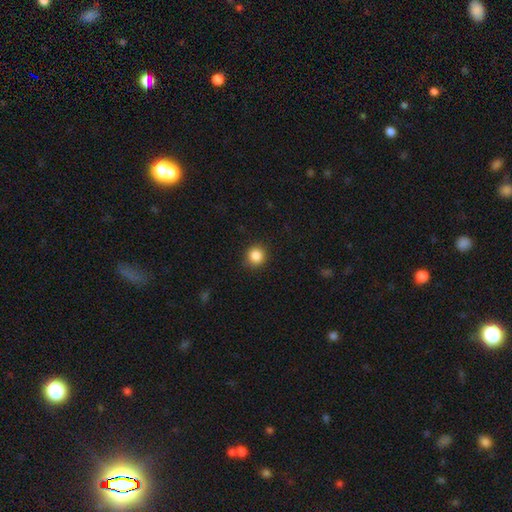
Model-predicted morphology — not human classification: A smooth galaxy with no disk features (86%) that is round (92%). Merging: none (90%).